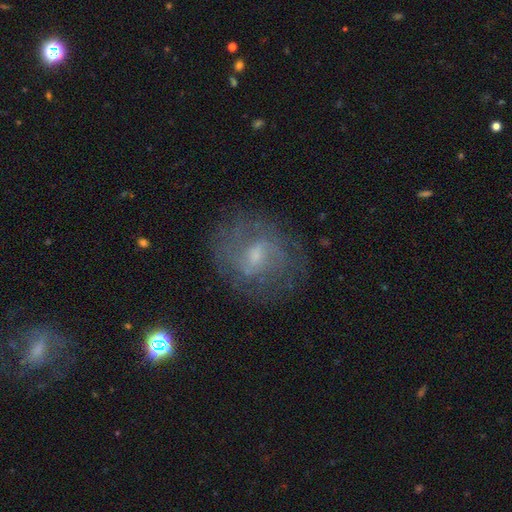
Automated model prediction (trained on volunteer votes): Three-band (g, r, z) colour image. It shows a featured or disk galaxy (65%) with a weak bar (53%), spiral arms (76%) and a small central bulge (55%). Merging: none (72%).